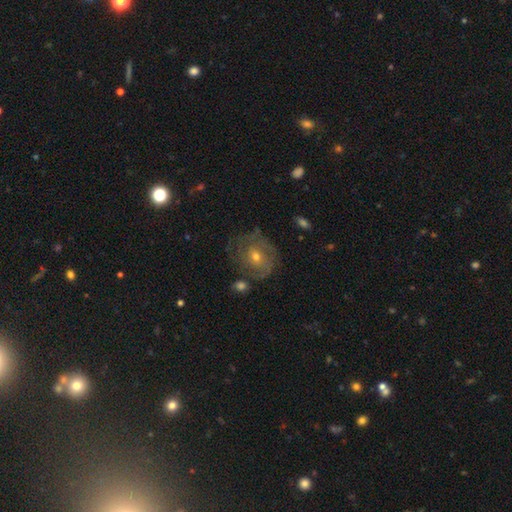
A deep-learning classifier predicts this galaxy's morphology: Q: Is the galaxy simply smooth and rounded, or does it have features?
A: featured or disk — 65%.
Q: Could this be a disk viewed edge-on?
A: no — 96%.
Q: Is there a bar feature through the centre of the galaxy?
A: no — 69%.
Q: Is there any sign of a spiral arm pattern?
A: yes — 73%.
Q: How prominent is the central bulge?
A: moderate — 52%.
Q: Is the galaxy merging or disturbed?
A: none — 66%.